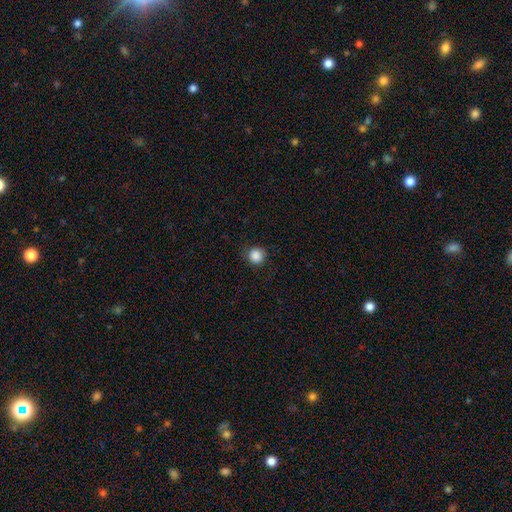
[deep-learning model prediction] This appears to be a smooth galaxy with no disk features (87%) that is round (92%). Merging: none (84%).